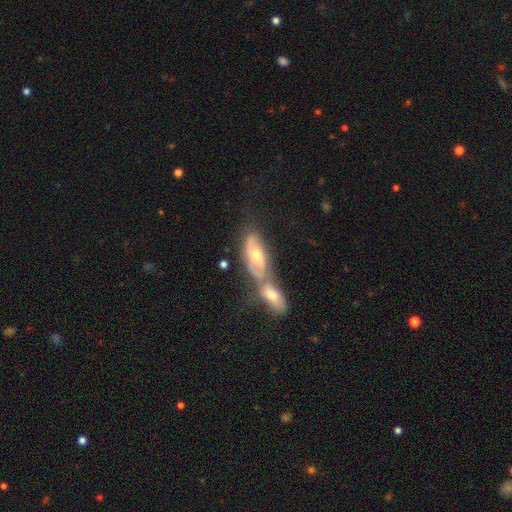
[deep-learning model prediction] Overall: featured or disk (68%). Edge-on disk: no (87%). Bar: no (59%; weak 29%). Spiral arms: yes (76%). Bulge size: moderate (73%). Merging: merger (55%; none 28%).